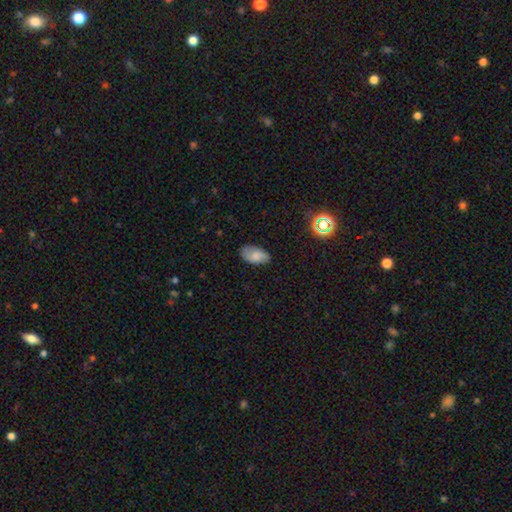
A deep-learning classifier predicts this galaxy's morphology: A smooth galaxy with no disk features (73%) that is in between round and cigar-shaped (93%). Merging: none (75%).